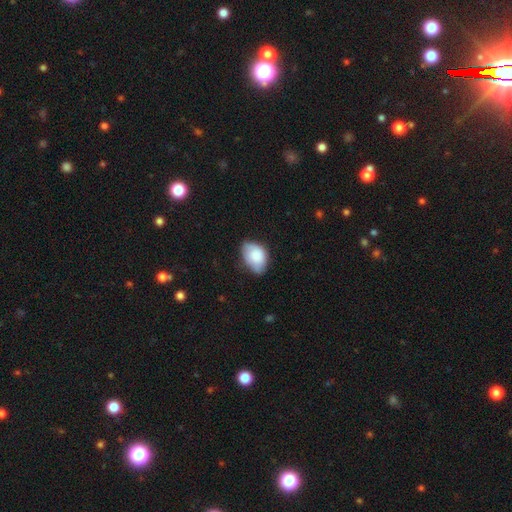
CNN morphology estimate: smooth 77%, featured or disk 16%, star or artifact 7%. Down the decision tree: how rounded — in between (86%); merging — none (56%).